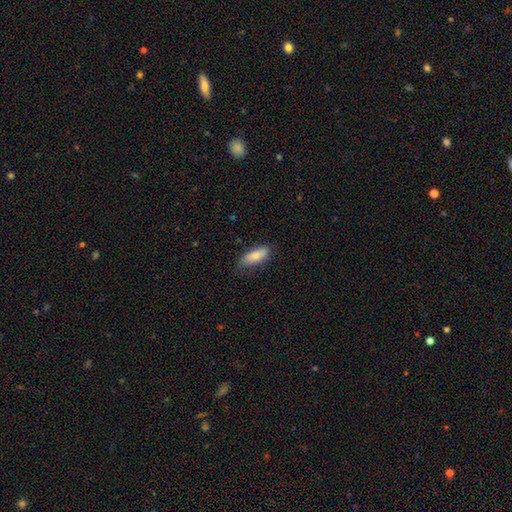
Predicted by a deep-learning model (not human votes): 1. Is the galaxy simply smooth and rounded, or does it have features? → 82% smooth, 12% featured or disk, 6% star or artifact.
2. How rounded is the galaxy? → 78% in between, 20% cigar-shaped, 2% round.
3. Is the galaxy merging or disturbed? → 71% none, 23% minor disturbance, 5% major disturbance, 1% merger.